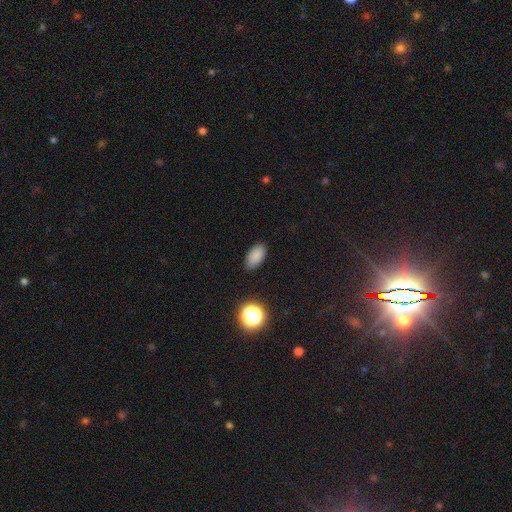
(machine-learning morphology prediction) This is clearly a smooth galaxy (84%). How rounded: clearly in between (92%). Merging: clearly none (84%).